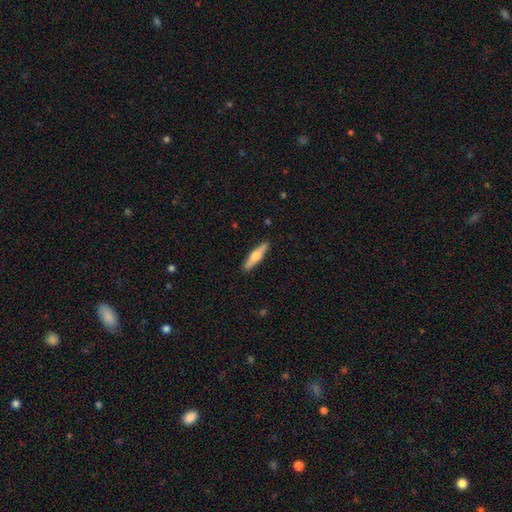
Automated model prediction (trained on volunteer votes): Smooth or featured? Predicted: smooth (p=0.50). How rounded? Predicted: cigar-shaped (p=0.78). Merging? Predicted: none (p=0.90).